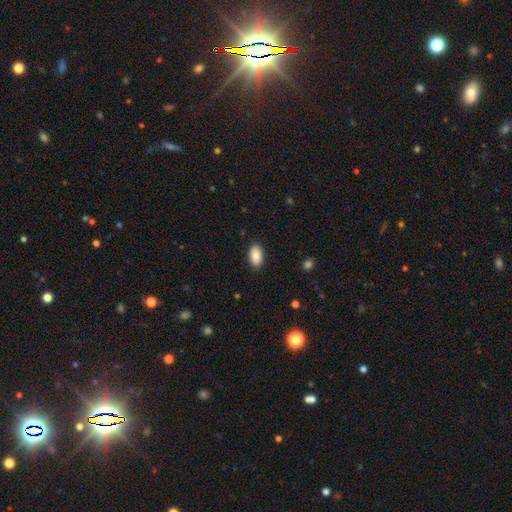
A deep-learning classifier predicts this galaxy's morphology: Smooth or featured? smooth (87%)
How rounded? in between (94%)
Merging? none (88%)